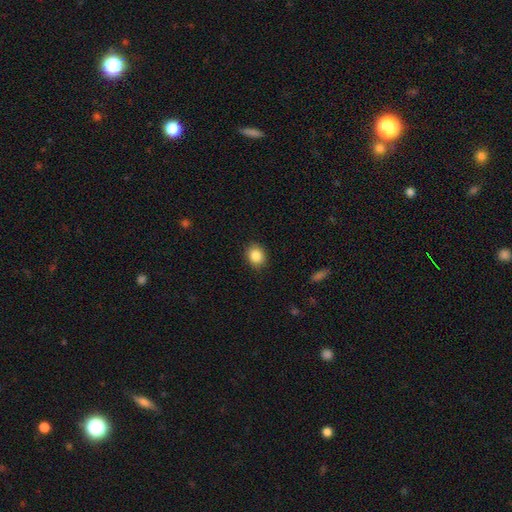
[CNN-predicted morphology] smooth_or_featured: smooth (p=0.86) [alt: star or artifact p=0.09]
how_rounded: round (p=0.61) [alt: in between p=0.38]
merging: none (p=0.88) [alt: minor disturbance p=0.09]